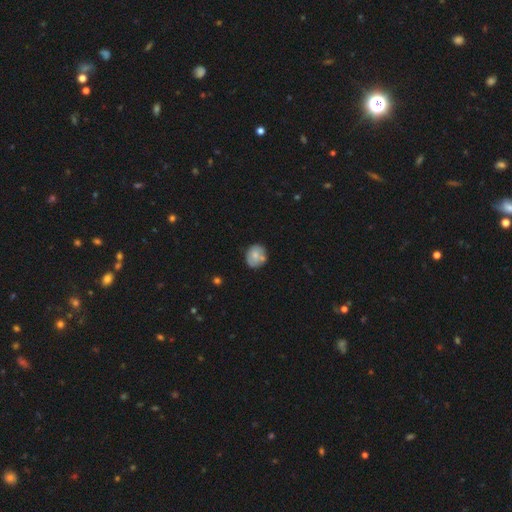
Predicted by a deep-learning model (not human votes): A smooth galaxy with no disk features (67%) that is round (70%).

Vote fractions:
- Smooth or featured? smooth: 67% / featured or disk: 25% / star or artifact: 8%
- How rounded? round: 70% / in between: 29% / cigar-shaped: 1%
- Merging? none: 62% / minor disturbance: 22% / merger: 11% / major disturbance: 5%